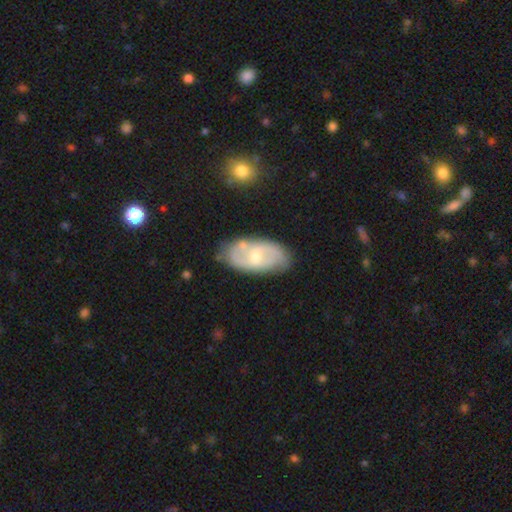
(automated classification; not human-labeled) smooth_or_featured: featured or disk (p=0.71) [alt: smooth p=0.24]
disk_edge_on: no (p=0.95) [alt: yes p=0.05]
bar: weak (p=0.48) [alt: no p=0.40]
has_spiral_arms: yes (p=0.81) [alt: no p=0.19]
spiral_winding: medium (p=0.45) [alt: loose p=0.28]
spiral_arm_count: 2 (p=0.77) [alt: can't tell p=0.15]
bulge_size: moderate (p=0.51) [alt: small p=0.45]
merging: none (p=0.74) [alt: minor disturbance p=0.18]